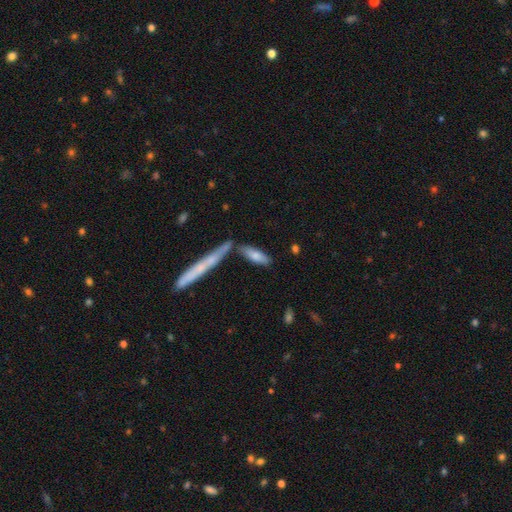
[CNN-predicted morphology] Smooth or featured?
  - smooth: 73% *
  - featured or disk: 21%
  - star or artifact: 6%
How rounded?
  - cigar-shaped: 54% *
  - in between: 44%
  - round: 2%
Merging?
  - none: 64% *
  - merger: 17%
  - minor disturbance: 15%
  - major disturbance: 4%